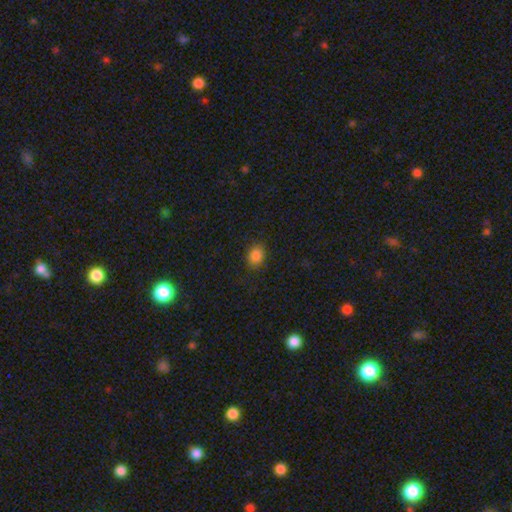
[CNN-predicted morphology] Smooth or featured: smooth — 83% (star or artifact — 13%)
How rounded: in between — 55% (round — 44%)
Merging: none — 83% (minor disturbance — 13%)